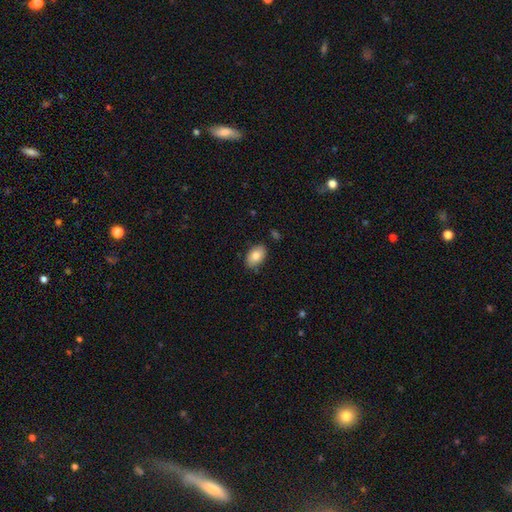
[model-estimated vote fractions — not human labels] Smooth or featured?
  - smooth: 82% *
  - featured or disk: 11%
  - star or artifact: 7%
How rounded?
  - in between: 89% *
  - round: 10%
  - cigar-shaped: 1%
Merging?
  - none: 84% *
  - minor disturbance: 12%
  - major disturbance: 2%
  - merger: 2%